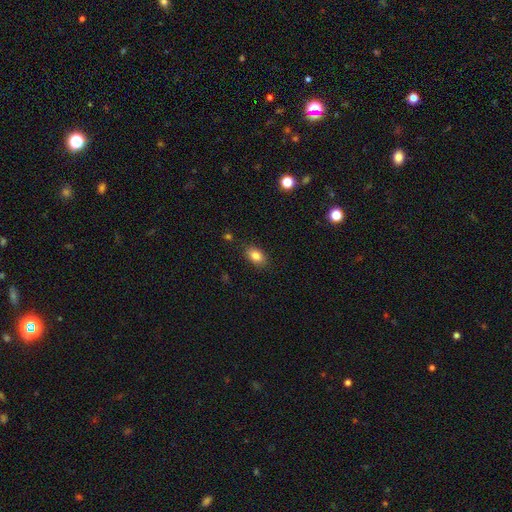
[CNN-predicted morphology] smooth 83%, star or artifact 9%, featured or disk 8%. Down the decision tree: how rounded — in between (84%); merging — none (84%).